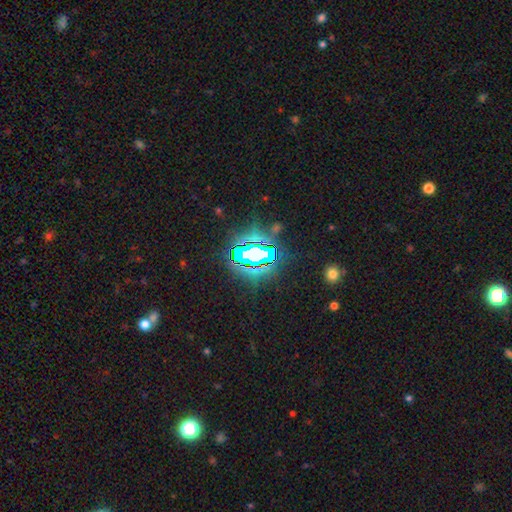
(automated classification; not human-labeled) Smooth or featured?
  - star or artifact: 76% *
  - smooth: 12%
  - featured or disk: 11%